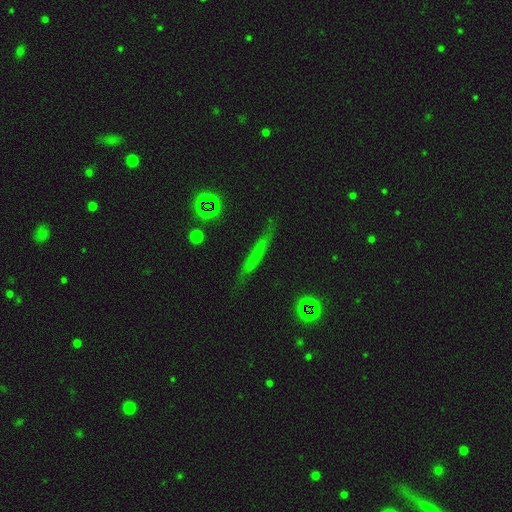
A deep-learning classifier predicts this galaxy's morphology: smooth-or-featured: smooth: 43% | featured or disk: 38% | star or artifact: 19%
  merging: none: 77% | minor disturbance: 16% | major disturbance: 5% | merger: 2%